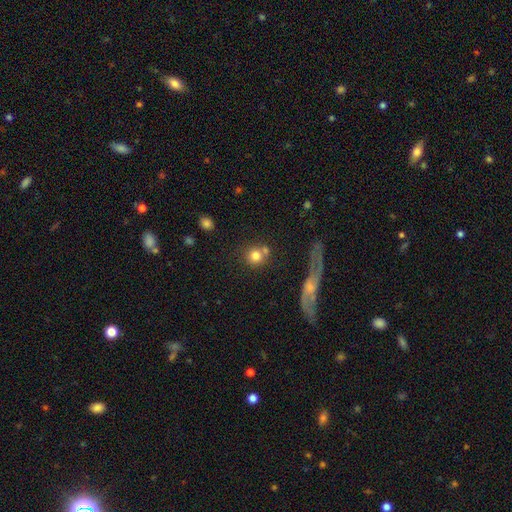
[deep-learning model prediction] The model was most divided on "merging": none: 60%, merger: 25%, minor disturbance: 10%, major disturbance: 5%. More confident: how rounded — round (89%); smooth or featured — smooth (78%).